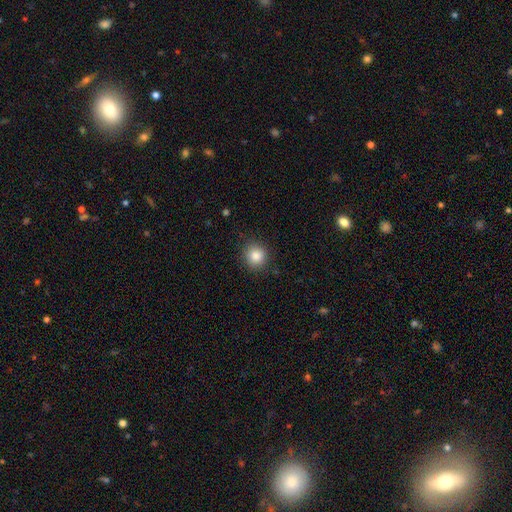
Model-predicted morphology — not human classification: smooth_or_featured: smooth (p=0.85) [alt: star or artifact p=0.10]
how_rounded: round (p=0.89) [alt: in between p=0.10]
merging: none (p=0.87) [alt: minor disturbance p=0.09]